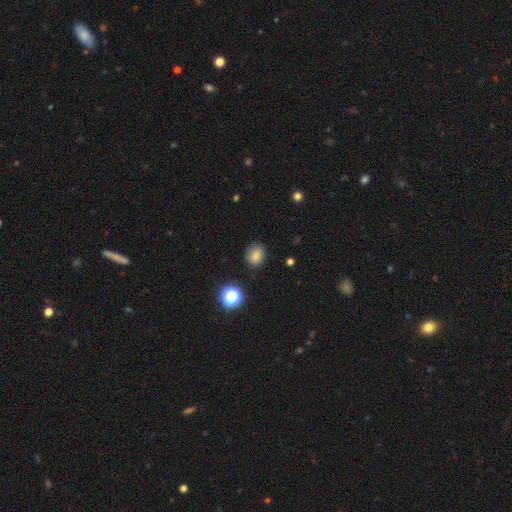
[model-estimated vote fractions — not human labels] This appears to be a smooth galaxy with no disk features (79%) that is round (70%). Merging: none (84%).